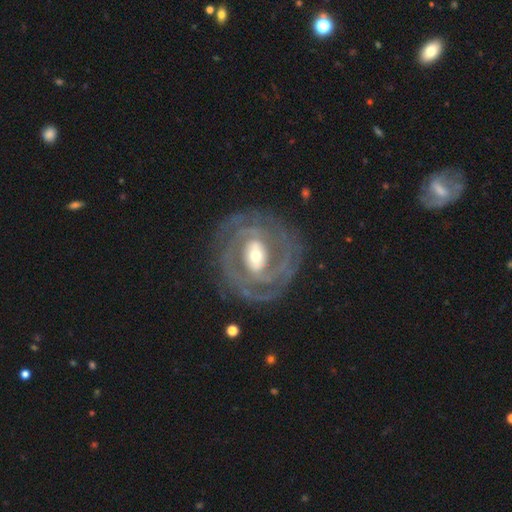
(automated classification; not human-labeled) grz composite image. It shows a featured or disk galaxy (87%) with a weak bar (35%), 2 (35%) tight (69%) spiral arms (92%) and a moderate central bulge (51%). Merging: none (78%).